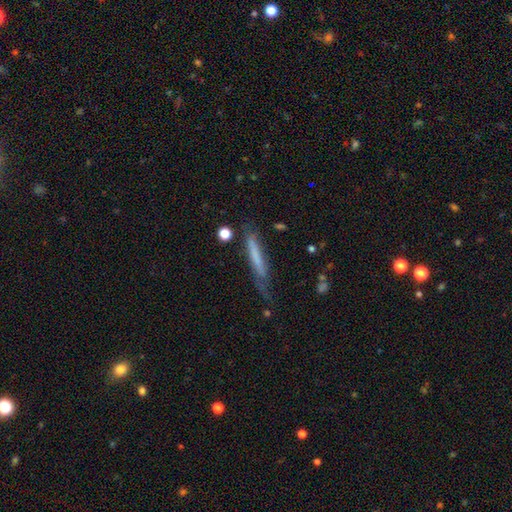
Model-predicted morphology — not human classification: Smooth or featured? Predicted: smooth (p=0.55). How rounded? Predicted: cigar-shaped (p=0.92). Merging? Predicted: none (p=0.54).